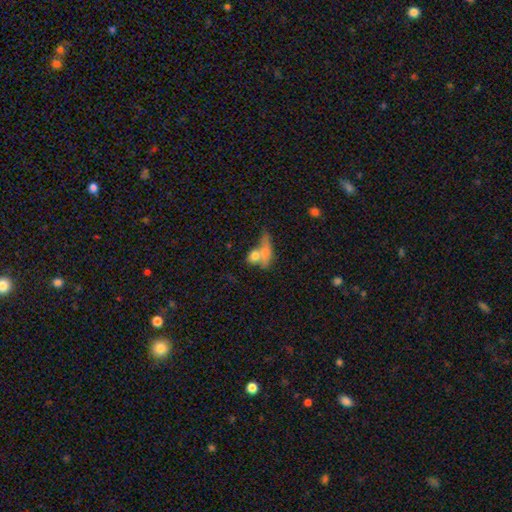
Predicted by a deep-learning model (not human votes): A smooth galaxy with no disk features (67%) that is in between round and cigar-shaped (56%).

Vote fractions:
- Smooth or featured? smooth: 67% / featured or disk: 23% / star or artifact: 10%
- How rounded? in between: 56% / round: 28% / cigar-shaped: 15%
- Merging? merger: 52% / none: 24% / major disturbance: 13% / minor disturbance: 11%